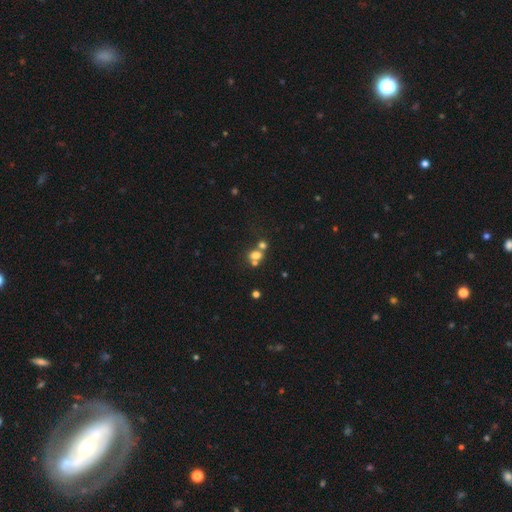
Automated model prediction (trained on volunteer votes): Smooth or featured: smooth — 66% (star or artifact — 18%)
How rounded: round — 60% (in between — 39%)
Merging: merger — 50% (none — 37%)